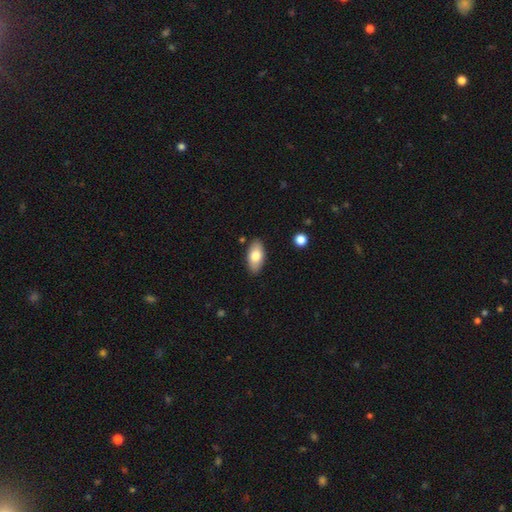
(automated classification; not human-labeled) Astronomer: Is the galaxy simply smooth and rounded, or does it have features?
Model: smooth — 79%.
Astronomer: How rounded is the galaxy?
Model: in between — 93%.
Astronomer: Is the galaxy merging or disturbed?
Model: none — 87%.